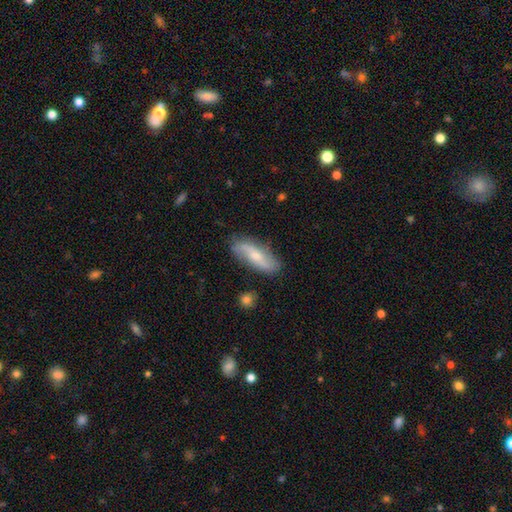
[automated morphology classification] featured or disk 61%, smooth 33%, star or artifact 6%. Down the decision tree: edge-on disk — no (84%); bar — no (47%); spiral arms — yes (89%); bulge size — small (50%); merging — none (78%).